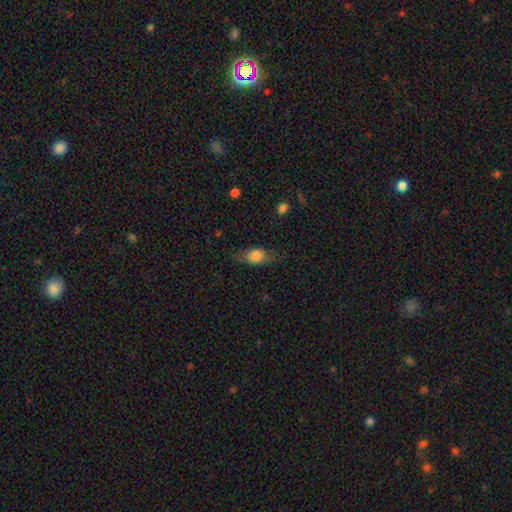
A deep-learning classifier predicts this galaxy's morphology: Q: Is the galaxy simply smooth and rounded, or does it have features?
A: smooth — 73%.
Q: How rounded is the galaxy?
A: in between — 78%.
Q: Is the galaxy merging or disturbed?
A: none — 69%.